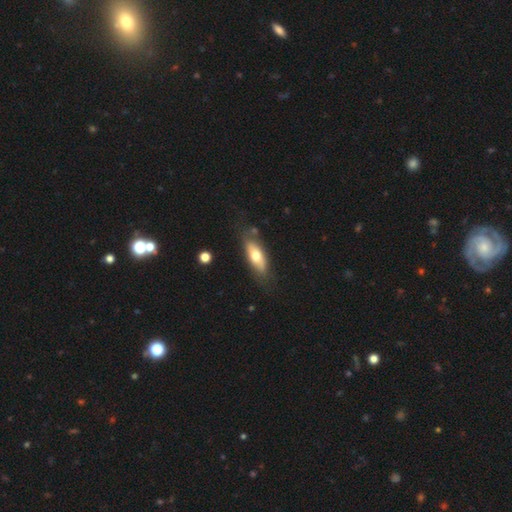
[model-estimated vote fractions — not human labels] smooth 60%, featured or disk 34%, star or artifact 6%. Down the decision tree: how rounded — in between (68%); merging — none (73%).